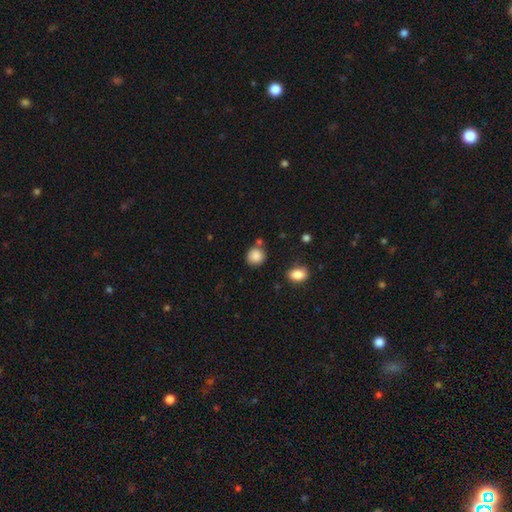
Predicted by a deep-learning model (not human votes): Smooth or featured: smooth — 87% (star or artifact — 9%)
How rounded: round — 86% (in between — 13%)
Merging: none — 74% (minor disturbance — 14%)